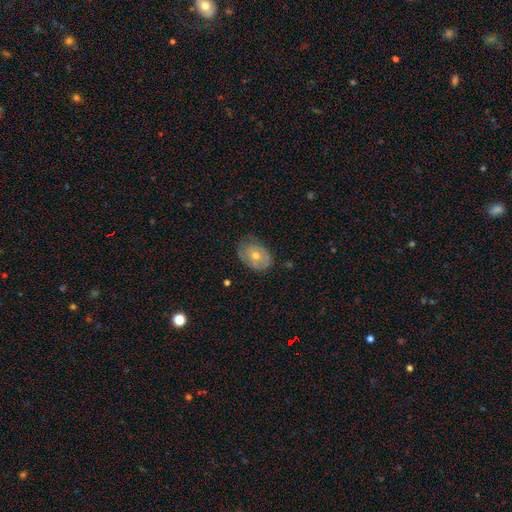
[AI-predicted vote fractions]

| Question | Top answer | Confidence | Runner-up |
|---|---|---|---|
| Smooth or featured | featured or disk | 54% | smooth (37%) |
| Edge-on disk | no | 94% | yes (6%) |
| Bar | no | 83% | weak (14%) |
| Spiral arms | yes | 52% | no (48%) |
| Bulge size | moderate | 58% | small (38%) |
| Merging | none | 71% | minor disturbance (22%) |